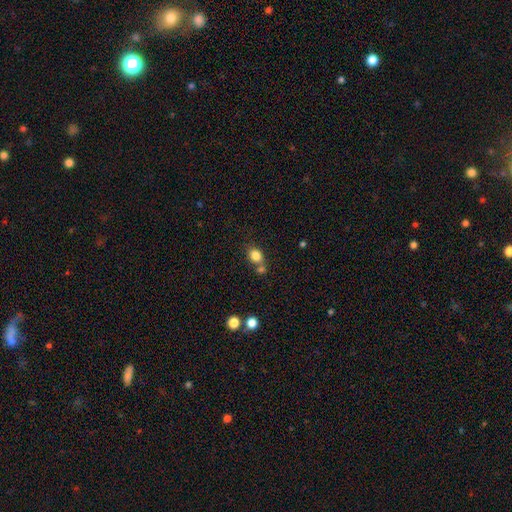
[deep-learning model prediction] A smooth galaxy with no disk features (82%) that is round (55%). Merging: none (58%).